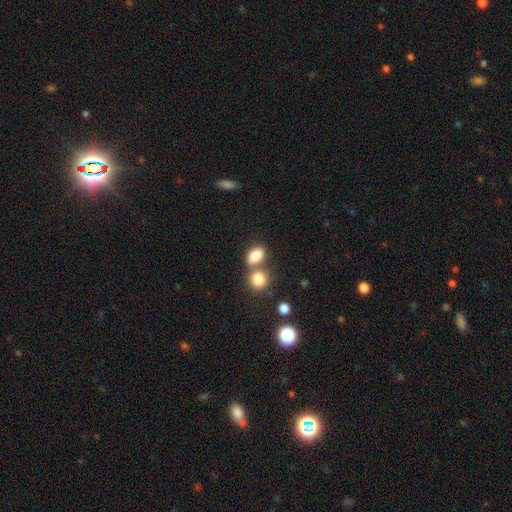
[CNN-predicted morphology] Smooth or featured? Predicted: smooth (p=0.84). How rounded? Predicted: in between (p=0.75). Merging? Predicted: none (p=0.46).